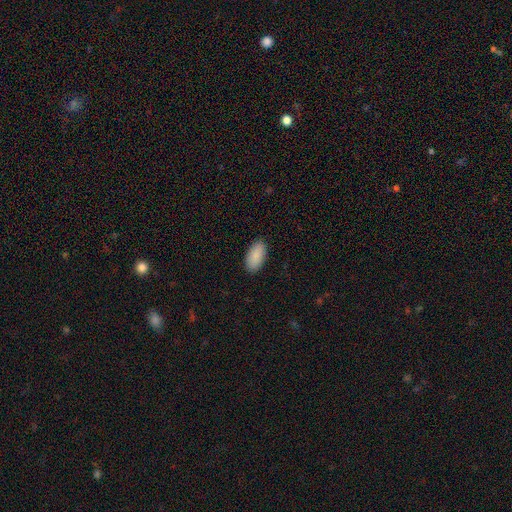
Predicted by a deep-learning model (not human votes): Smooth or featured?
  - smooth: 90% *
  - star or artifact: 6%
  - featured or disk: 4%
How rounded?
  - in between: 94% *
  - cigar-shaped: 4%
  - round: 2%
Merging?
  - none: 89% *
  - minor disturbance: 8%
  - major disturbance: 2%
  - merger: 1%